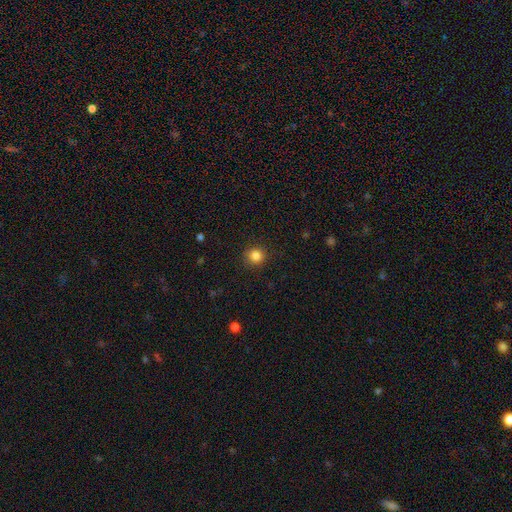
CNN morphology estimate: A smooth galaxy with no disk features (85%) that is round (92%).

Vote fractions:
- Smooth or featured? smooth: 85% / star or artifact: 11% / featured or disk: 4%
- How rounded? round: 92% / in between: 7% / cigar-shaped: 1%
- Merging? none: 90% / minor disturbance: 6% / major disturbance: 2% / merger: 1%